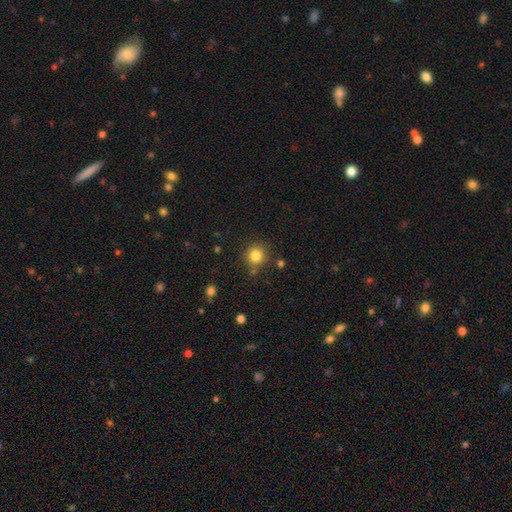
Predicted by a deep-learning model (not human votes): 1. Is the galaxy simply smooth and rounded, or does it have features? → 83% smooth, 12% star or artifact, 5% featured or disk.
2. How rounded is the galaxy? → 93% round, 6% in between, 1% cigar-shaped.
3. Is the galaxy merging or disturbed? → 83% none, 9% minor disturbance, 5% merger, 3% major disturbance.